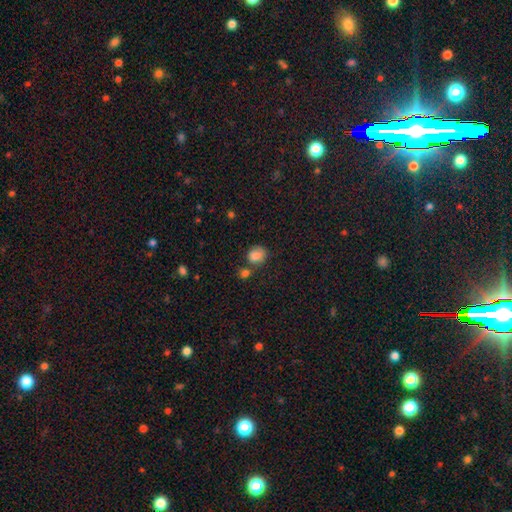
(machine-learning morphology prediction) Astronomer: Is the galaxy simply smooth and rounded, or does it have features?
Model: smooth — 83%.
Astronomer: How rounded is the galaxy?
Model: round — 72%.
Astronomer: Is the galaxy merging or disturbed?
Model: none — 58%.